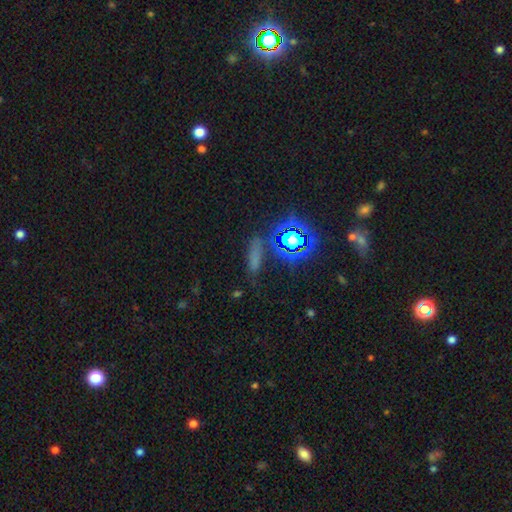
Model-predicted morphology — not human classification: type=smooth (46%); merging=none (73%).